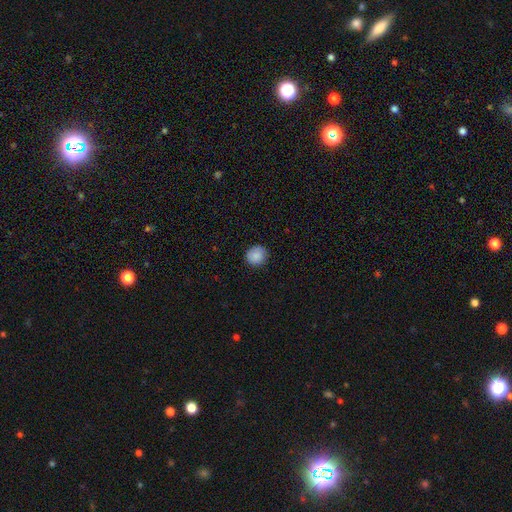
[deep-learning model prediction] Smooth or featured: smooth — 88% (star or artifact — 8%)
How rounded: round — 89% (in between — 10%)
Merging: none — 89% (minor disturbance — 9%)